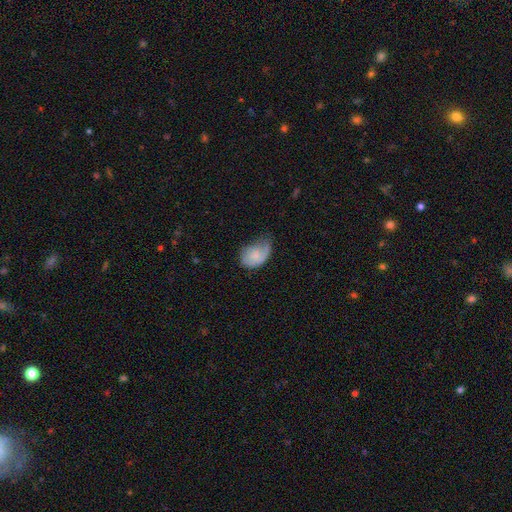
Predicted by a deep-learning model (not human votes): smooth 51%, featured or disk 42%, star or artifact 7%. Down the decision tree: how rounded — in between (78%); merging — minor disturbance (37%).